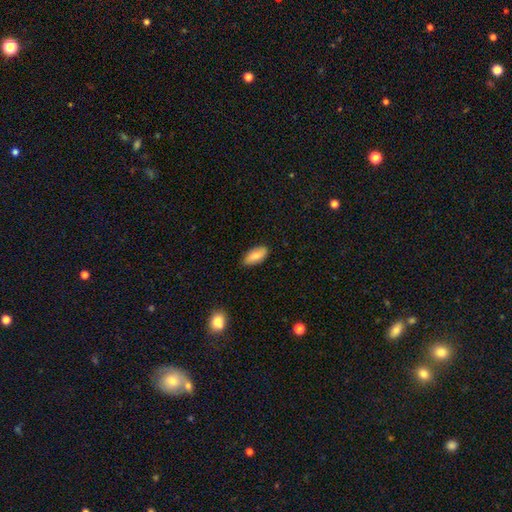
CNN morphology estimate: smooth 80%, featured or disk 13%, star or artifact 6%. Down the decision tree: how rounded — in between (89%); merging — none (82%).